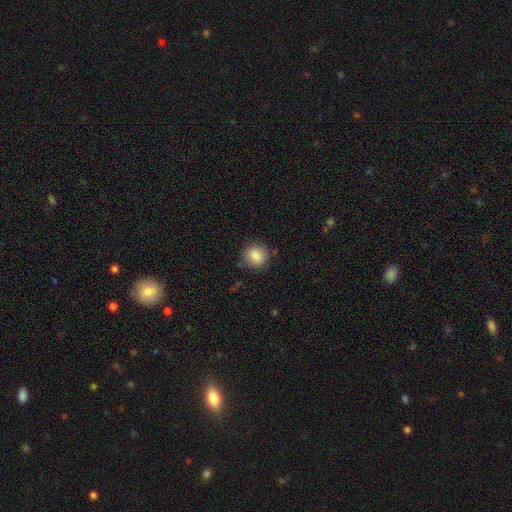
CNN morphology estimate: Smooth or featured?
  - smooth: 87% *
  - star or artifact: 9%
  - featured or disk: 5%
How rounded?
  - round: 85% *
  - in between: 14%
  - cigar-shaped: 1%
Merging?
  - none: 80% *
  - minor disturbance: 14%
  - major disturbance: 4%
  - merger: 2%